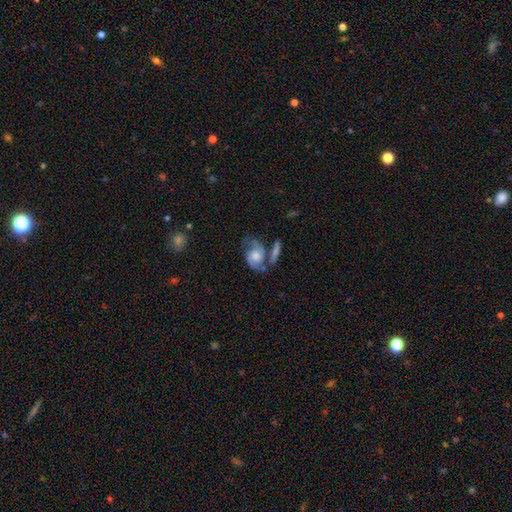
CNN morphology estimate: featured or disk 76%, smooth 17%, star or artifact 7%. Down the decision tree: edge-on disk — no (96%); bar — no (70%); spiral arms — yes (93%); spiral arm count — 2 (86%); spiral winding — medium (51%); bulge size — moderate (47%); merging — none (47%).